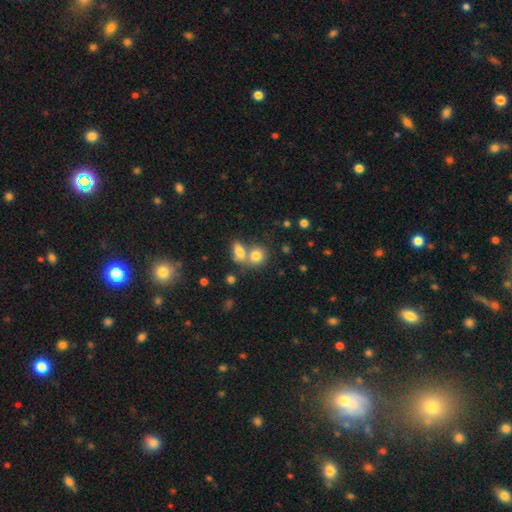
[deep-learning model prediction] This appears to be a smooth galaxy with no disk features (79%) that is round (59%). Merging: merger (52%).